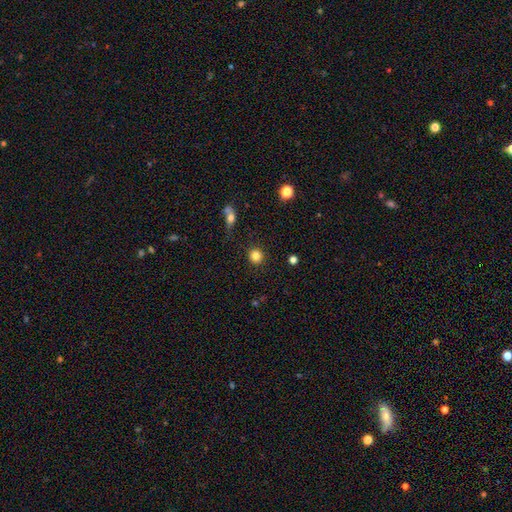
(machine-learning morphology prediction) This is clearly a smooth galaxy (84%). How rounded: clearly round (91%). Merging: clearly none (89%).